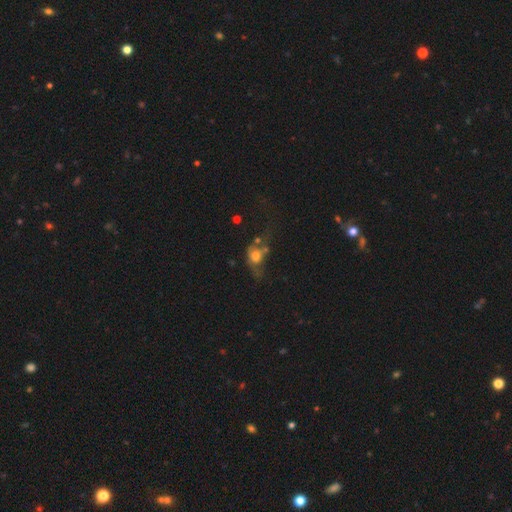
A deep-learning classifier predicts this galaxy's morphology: Smooth or featured: smooth — 58% (featured or disk — 29%)
How rounded: in between — 53% (round — 44%)
Merging: major disturbance — 33% (none — 25%)